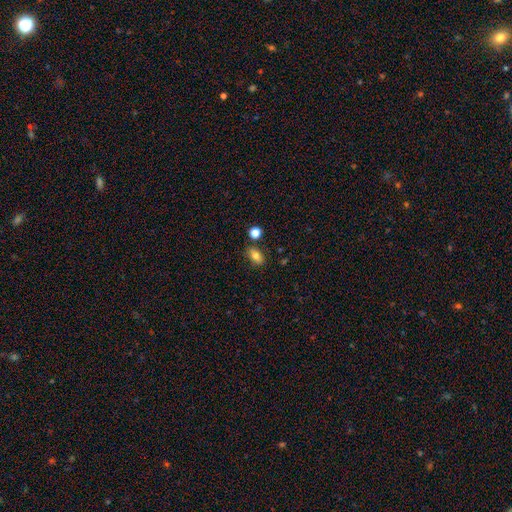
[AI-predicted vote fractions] Q: Smooth or featured?
A: smooth (78%); runner-up: featured or disk (12%)
Q: How rounded?
A: in between (83%); runner-up: round (13%)
Q: Merging?
A: none (78%); runner-up: minor disturbance (12%)